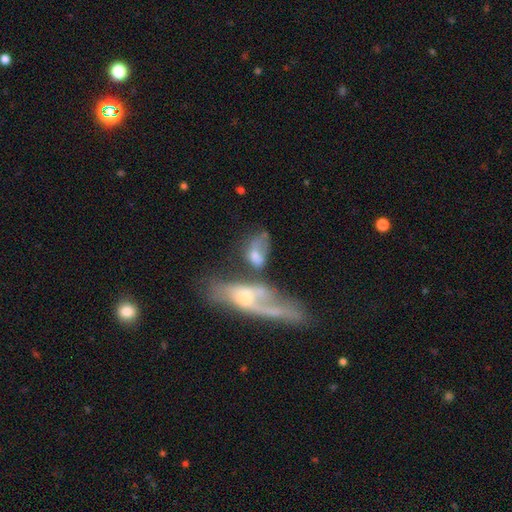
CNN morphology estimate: smooth 55%, featured or disk 35%, star or artifact 10%. Down the decision tree: how rounded — in between (82%); merging — merger (46%).